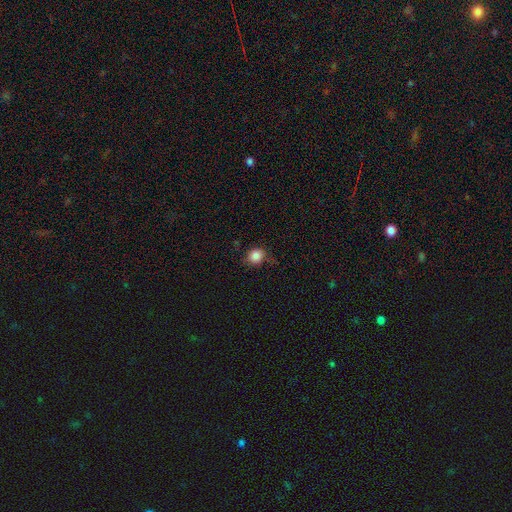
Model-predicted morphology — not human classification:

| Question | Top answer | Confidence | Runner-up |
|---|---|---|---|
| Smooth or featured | smooth | 85% | star or artifact (10%) |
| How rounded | round | 79% | in between (20%) |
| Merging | none | 72% | minor disturbance (21%) |